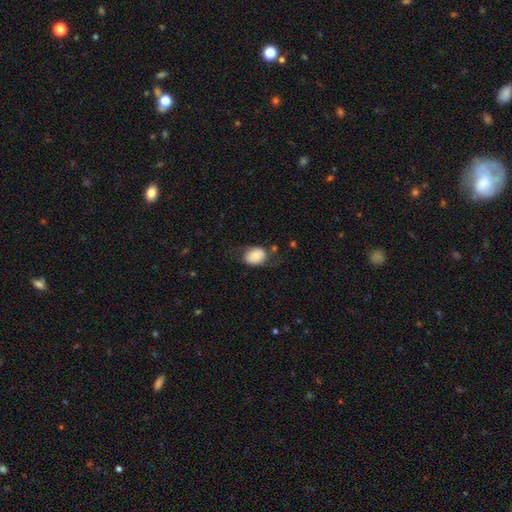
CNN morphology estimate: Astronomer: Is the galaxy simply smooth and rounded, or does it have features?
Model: smooth — 75%.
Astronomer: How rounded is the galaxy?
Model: in between — 64%.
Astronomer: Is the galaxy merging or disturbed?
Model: none — 64%.